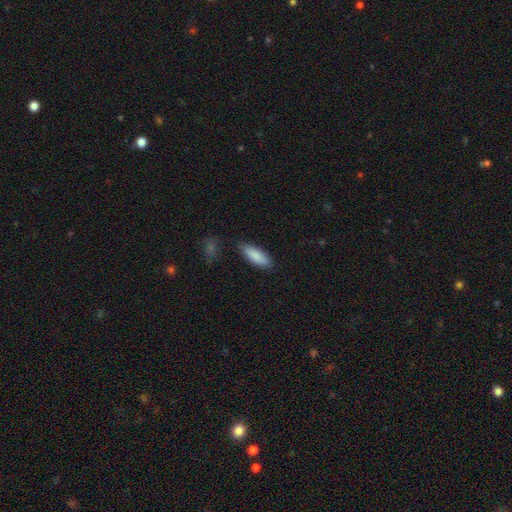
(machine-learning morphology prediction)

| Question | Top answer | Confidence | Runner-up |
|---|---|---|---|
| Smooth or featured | smooth | 87% | featured or disk (7%) |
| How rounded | in between | 67% | cigar-shaped (32%) |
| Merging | none | 81% | minor disturbance (14%) |